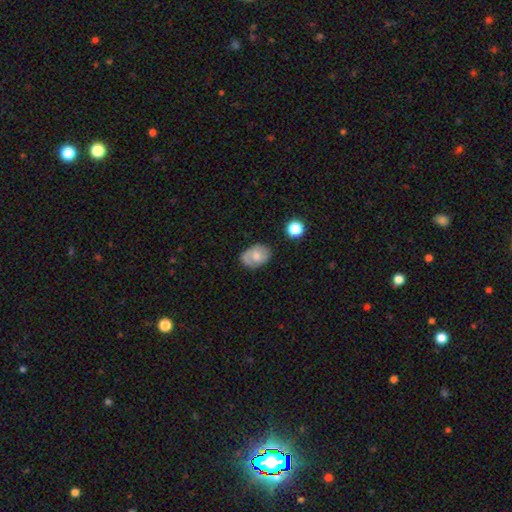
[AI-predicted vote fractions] Smooth or featured? smooth (52%)
How rounded? in between (72%)
Merging? none (72%)